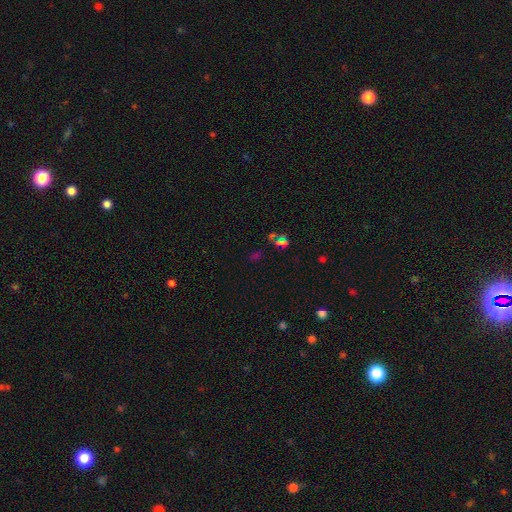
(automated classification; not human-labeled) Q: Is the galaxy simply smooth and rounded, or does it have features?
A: star or artifact — 56%.